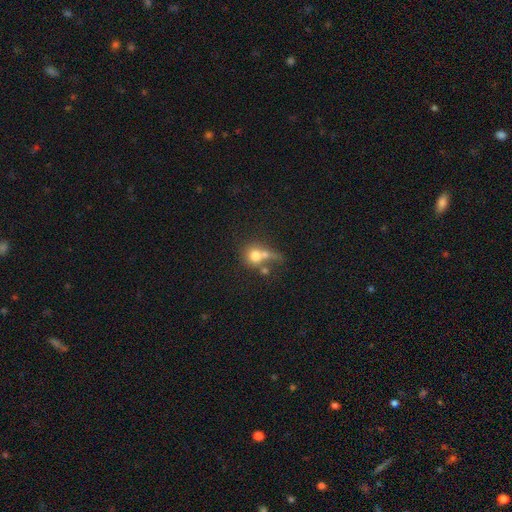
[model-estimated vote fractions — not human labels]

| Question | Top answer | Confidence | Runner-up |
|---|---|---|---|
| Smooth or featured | smooth | 70% | featured or disk (19%) |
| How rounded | round | 80% | in between (18%) |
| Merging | merger | 53% | none (26%) |